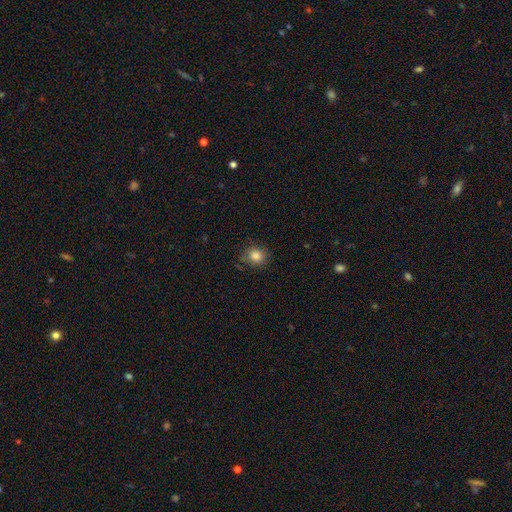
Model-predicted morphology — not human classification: smooth-or-featured: smooth: 83% | star or artifact: 11% | featured or disk: 6%
  how-rounded: round: 79% | in between: 20% | cigar-shaped: 1%
  merging: none: 81% | minor disturbance: 14% | major disturbance: 3% | merger: 2%